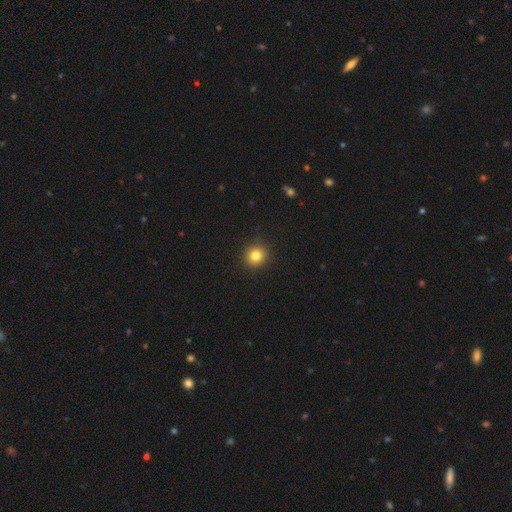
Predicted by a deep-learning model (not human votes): Q: Smooth or featured?
A: smooth (82%); runner-up: star or artifact (12%)
Q: How rounded?
A: round (89%); runner-up: in between (10%)
Q: Merging?
A: none (92%); runner-up: minor disturbance (5%)